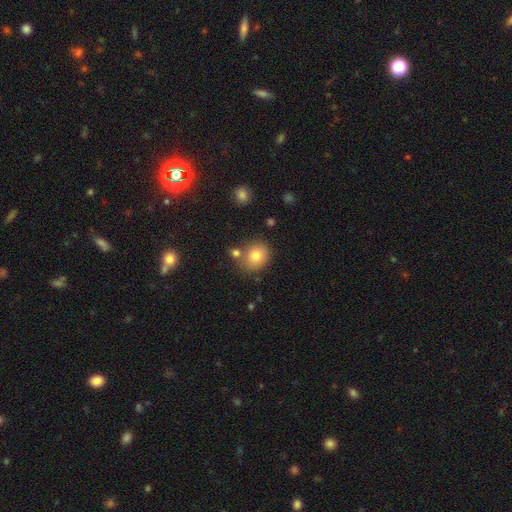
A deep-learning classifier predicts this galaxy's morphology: The model was most divided on "how rounded": round: 75%, in between: 24%, cigar-shaped: 1%. More confident: smooth or featured — smooth (79%); merging — none (69%).